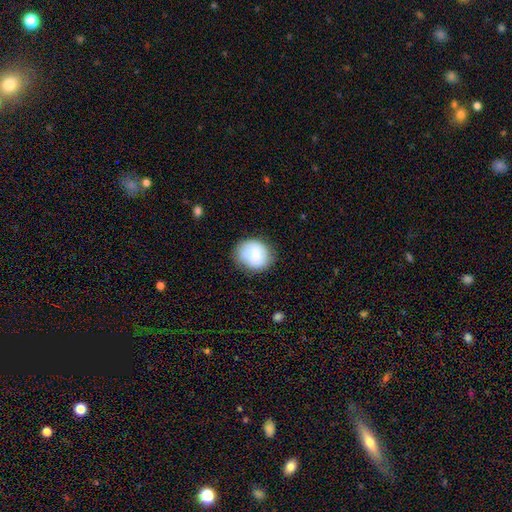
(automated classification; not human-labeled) Smooth or featured: smooth — 64% (featured or disk — 29%)
How rounded: round — 64% (in between — 35%)
Merging: none — 73% (minor disturbance — 19%)